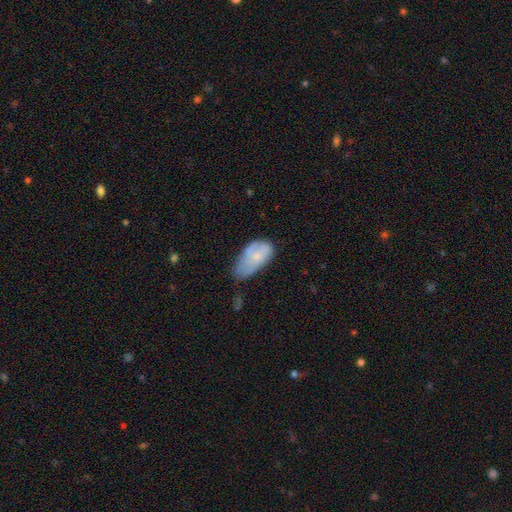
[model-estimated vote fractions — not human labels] Smooth or featured? smooth (63%)
How rounded? in between (93%)
Merging? minor disturbance (44%)